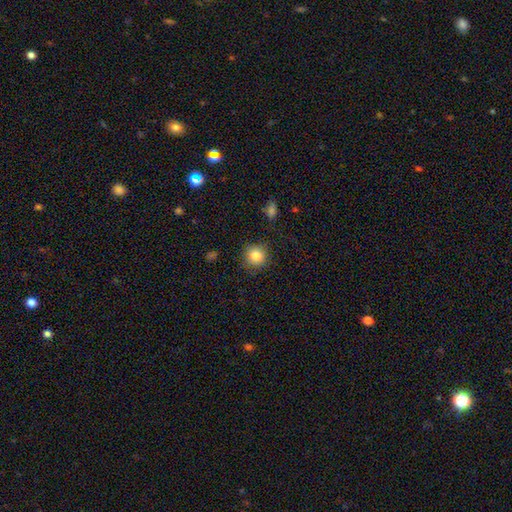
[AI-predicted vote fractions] Smooth or featured: smooth — 84% (star or artifact — 10%)
How rounded: round — 92% (in between — 7%)
Merging: none — 86% (minor disturbance — 10%)